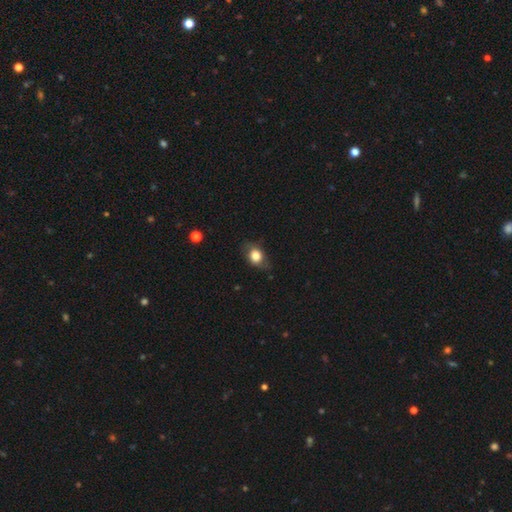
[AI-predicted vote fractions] smooth 76%, featured or disk 15%, star or artifact 9%. Down the decision tree: how rounded — in between (58%); merging — none (69%).